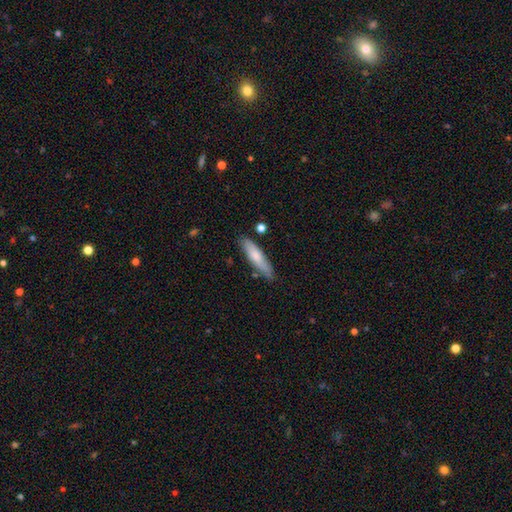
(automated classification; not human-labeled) Morphology: type=smooth (72%); roundness=cigar-shaped (76%); merging=none (77%).